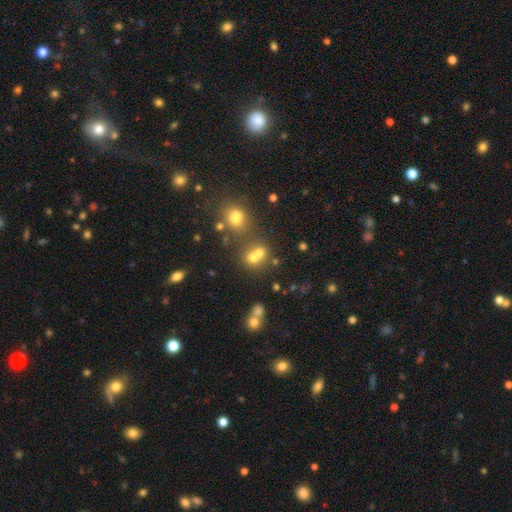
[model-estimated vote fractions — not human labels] Q: Smooth or featured?
A: smooth (64%); runner-up: star or artifact (19%)
Q: How rounded?
A: round (75%); runner-up: in between (24%)
Q: Merging?
A: merger (51%); runner-up: none (37%)